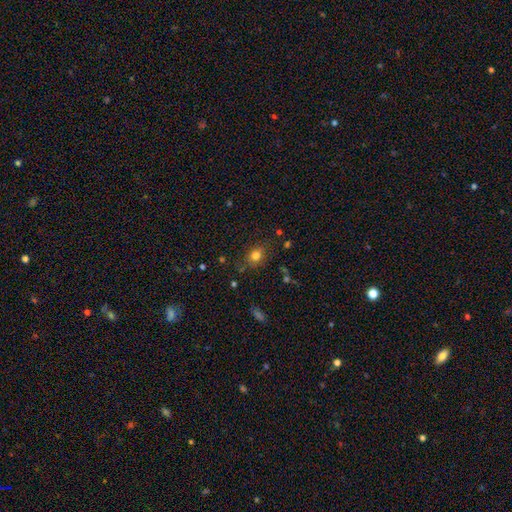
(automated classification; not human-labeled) The model was most divided on "how rounded": round: 59%, in between: 40%, cigar-shaped: 1%. More confident: smooth or featured — smooth (79%); merging — none (78%).